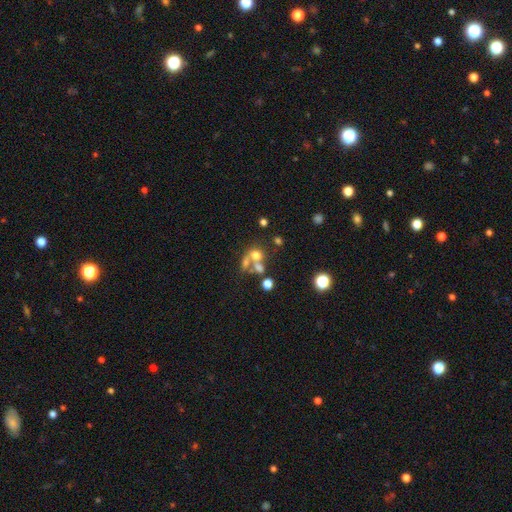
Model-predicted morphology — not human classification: A smooth galaxy with no disk features (56%) that is round (68%).

Vote fractions:
- Smooth or featured? smooth: 56% / featured or disk: 24% / star or artifact: 19%
- How rounded? round: 68% / in between: 30% / cigar-shaped: 2%
- Merging? merger: 52% / none: 31% / major disturbance: 10% / minor disturbance: 8%